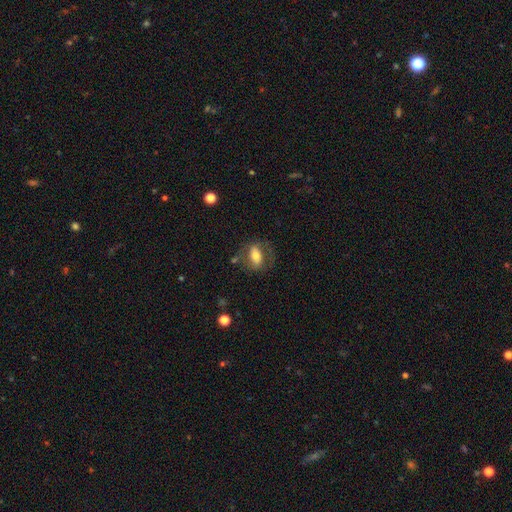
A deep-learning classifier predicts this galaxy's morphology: This appears to be a smooth galaxy with no disk features (56%) that is in between round and cigar-shaped (81%). Merging: none (62%).